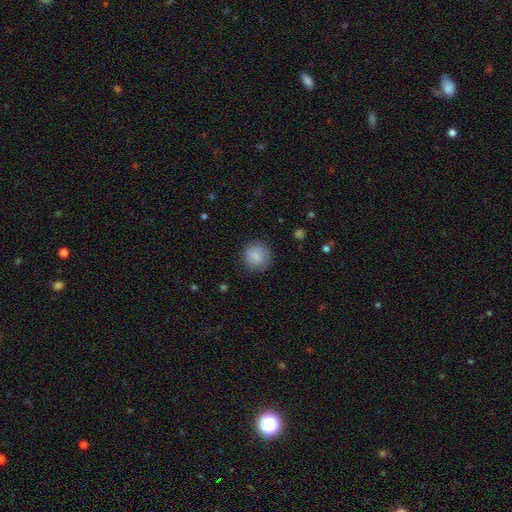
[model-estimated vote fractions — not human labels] The model was most divided on "merging": none: 82%, minor disturbance: 13%, major disturbance: 4%, merger: 1%. More confident: how rounded — round (90%); smooth or featured — smooth (86%).